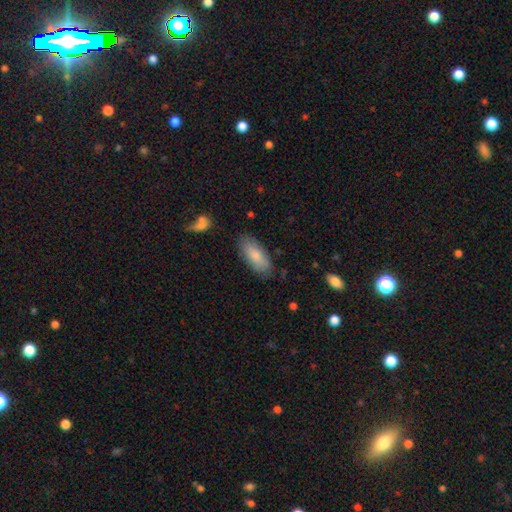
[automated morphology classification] A smooth galaxy with no disk features (81%) that is in between round and cigar-shaped (81%). Merging: none (80%).